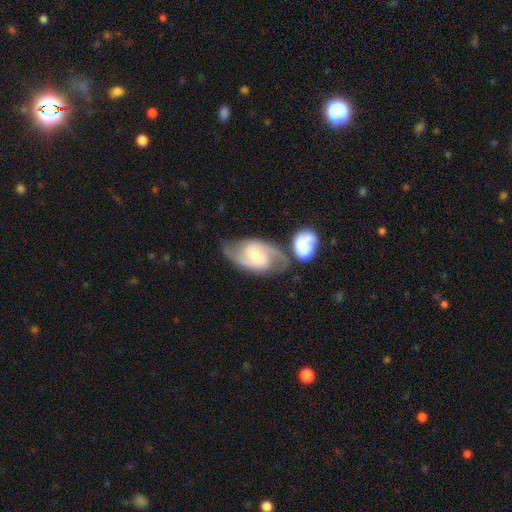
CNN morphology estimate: Smooth or featured?
  - featured or disk: 82% *
  - smooth: 13%
  - star or artifact: 5%
Edge-on disk?
  - no: 96% *
  - yes: 4%
Bar?
  - weak: 47% *
  - no: 38%
  - strong: 15%
Spiral arms?
  - yes: 96% *
  - no: 4%
Spiral winding?
  - medium: 53% *
  - tight: 24%
  - loose: 23%
Spiral arm count?
  - 2: 89% *
  - can't tell: 5%
  - 3: 2%
  - 1: 2%
  - 4: 1%
  - more than 4: 1%
Bulge size?
  - moderate: 52% *
  - small: 37%
  - large: 6%
  - none: 3%
  - dominant: 1%
Merging?
  - none: 53% *
  - merger: 19%
  - minor disturbance: 19%
  - major disturbance: 8%